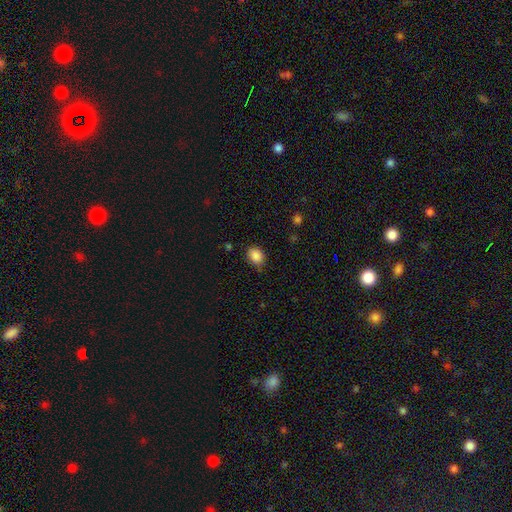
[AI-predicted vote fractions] This is clearly a smooth galaxy (87%). How rounded: possibly in between (51%). Merging: likely none (78%).